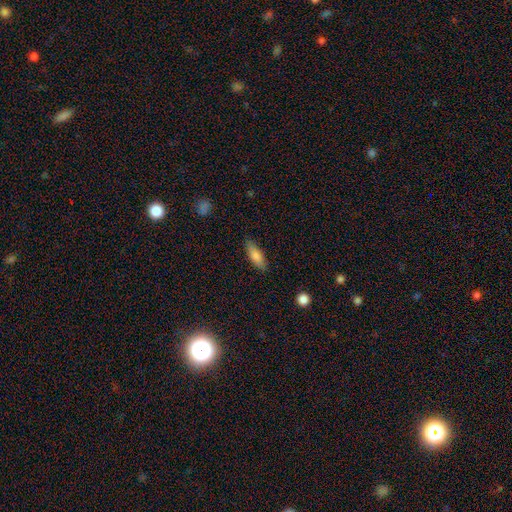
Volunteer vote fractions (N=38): Morphology: type=smooth (79%); roundness=in between (50%); merging=none (75%).